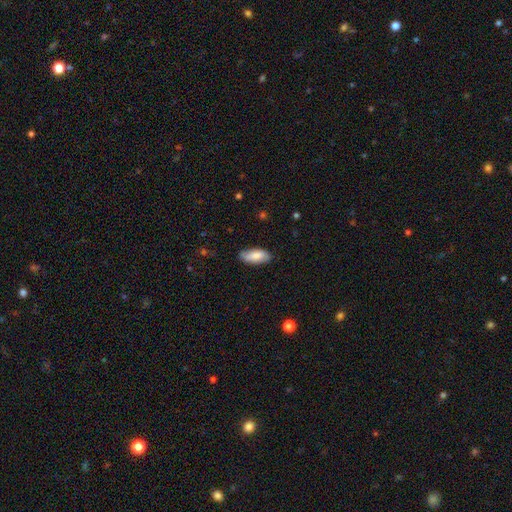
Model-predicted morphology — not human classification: A smooth galaxy with no disk features (77%) that is in between round and cigar-shaped (86%).

Vote fractions:
- Smooth or featured? smooth: 77% / featured or disk: 17% / star or artifact: 6%
- How rounded? in between: 86% / cigar-shaped: 12% / round: 2%
- Merging? none: 83% / minor disturbance: 14% / major disturbance: 2% / merger: 1%